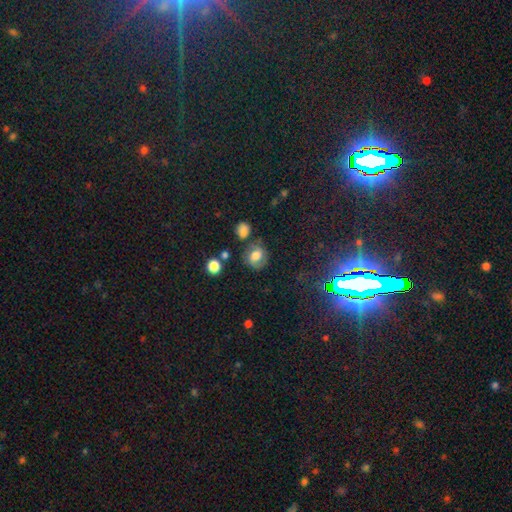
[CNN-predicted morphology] Smooth or featured? smooth (56%)
How rounded? round (72%)
Merging? none (70%)